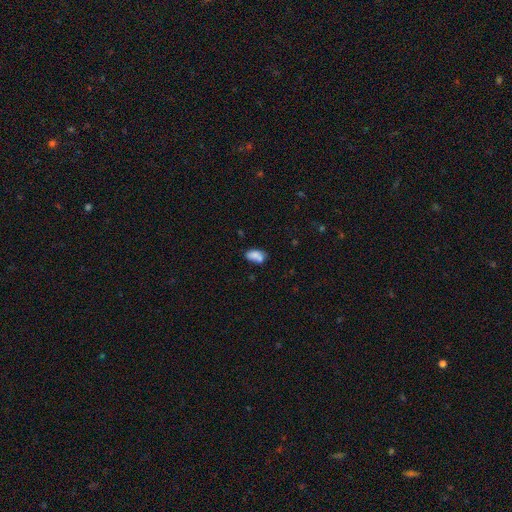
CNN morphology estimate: smooth 78%, featured or disk 13%, star or artifact 9%. Down the decision tree: how rounded — in between (89%); merging — none (46%).